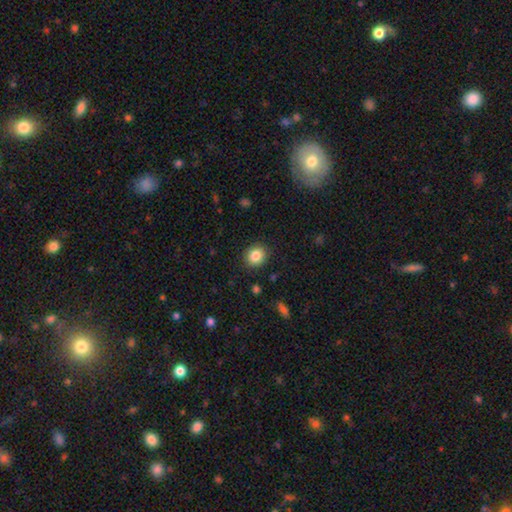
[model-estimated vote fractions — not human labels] Overall: smooth (85%). How rounded: round (76%). Merging: none (89%).